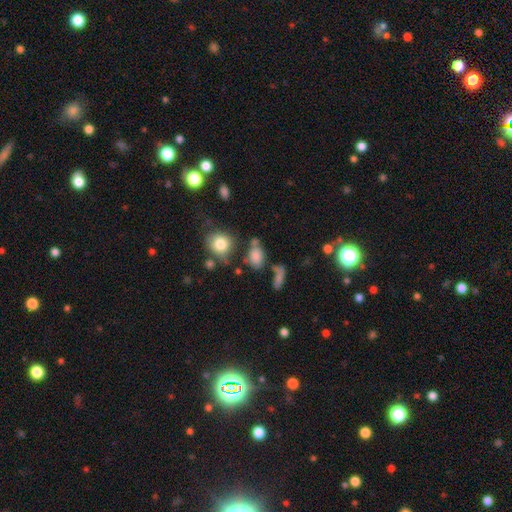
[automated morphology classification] This appears to be a smooth galaxy with no disk features (77%) that is in between round and cigar-shaped (69%). Merging: none (51%).